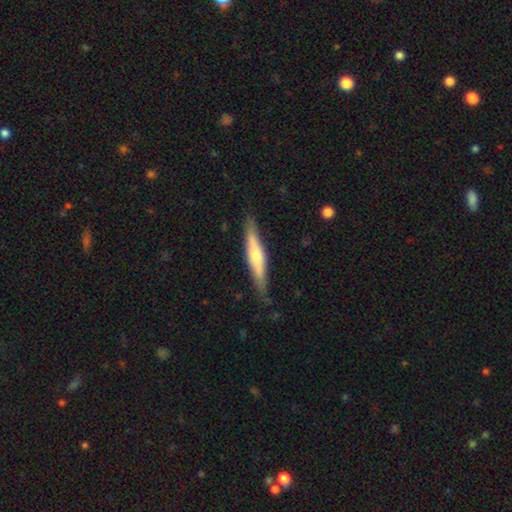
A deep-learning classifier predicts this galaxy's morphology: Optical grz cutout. It shows a featured or disk galaxy (51%) viewed edge-on (91%). Merging: none (84%).